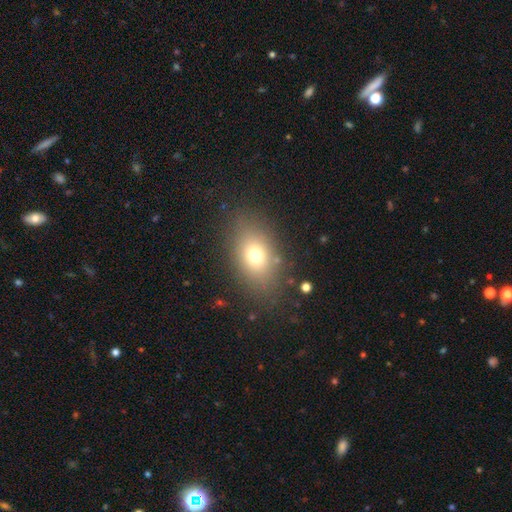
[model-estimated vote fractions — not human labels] Morphology: type=smooth (72%); roundness=in between (78%); merging=none (82%).